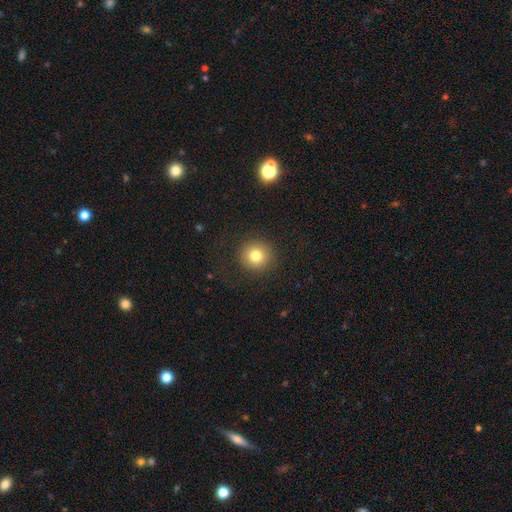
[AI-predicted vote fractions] Overall: smooth (79%). How rounded: round (93%). Merging: none (88%).